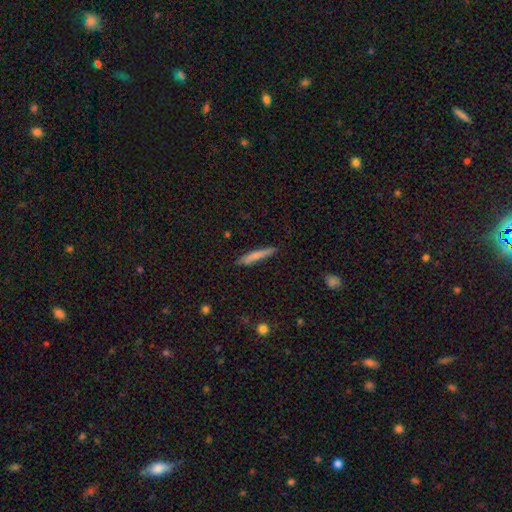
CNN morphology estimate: A smooth galaxy with no disk features (72%) that is cigar-shaped (94%). Merging: none (86%).